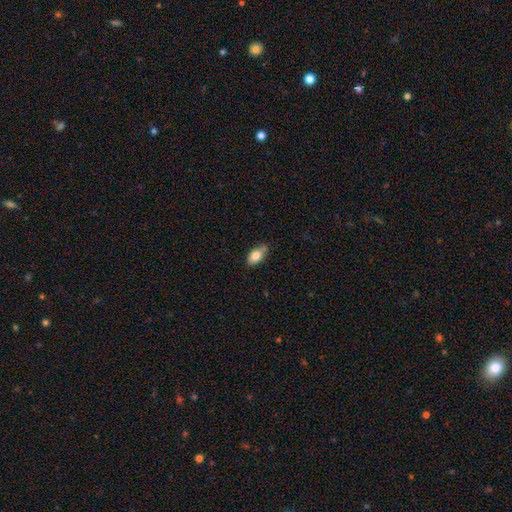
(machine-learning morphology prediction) type=smooth (81%); roundness=in between (90%); merging=none (61%).